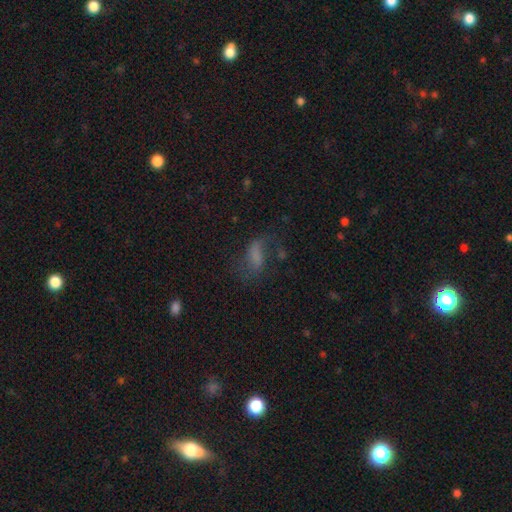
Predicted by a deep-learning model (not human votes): This is possibly a smooth galaxy (50%). How rounded: clearly in between (83%). Merging: marginally none (42%).